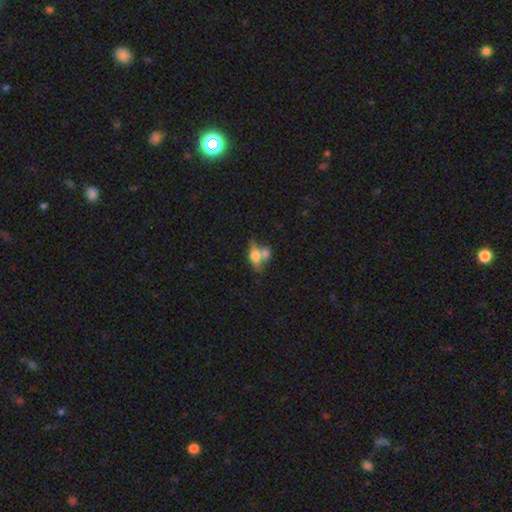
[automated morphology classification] A smooth galaxy with no disk features (50%). Merging: merger (47%).